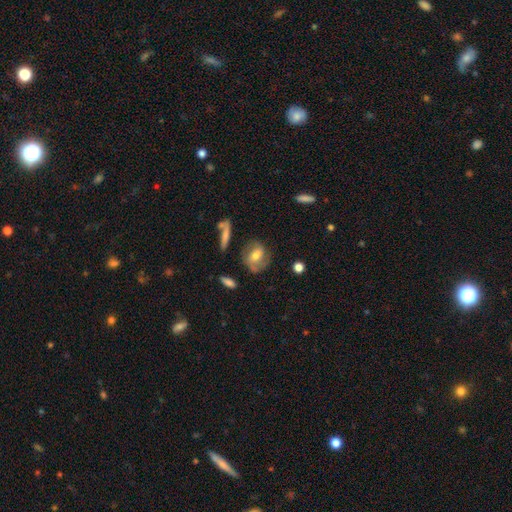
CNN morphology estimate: This appears to be a featured or disk galaxy (48%). Merging: none (60%).